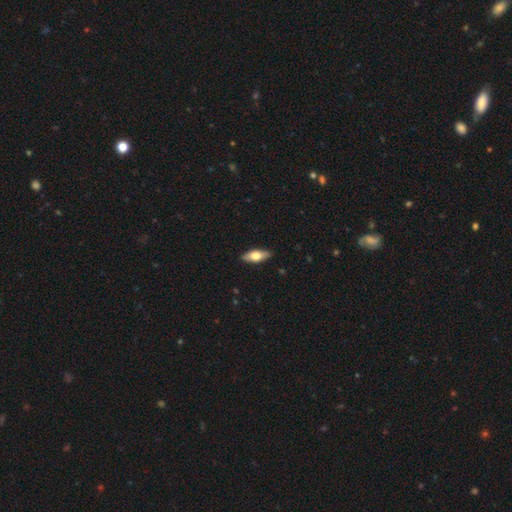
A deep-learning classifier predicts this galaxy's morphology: Smooth or featured?
  - smooth: 62% *
  - featured or disk: 32%
  - star or artifact: 6%
How rounded?
  - in between: 75% *
  - cigar-shaped: 22%
  - round: 3%
Merging?
  - none: 88% *
  - minor disturbance: 9%
  - major disturbance: 2%
  - merger: 1%